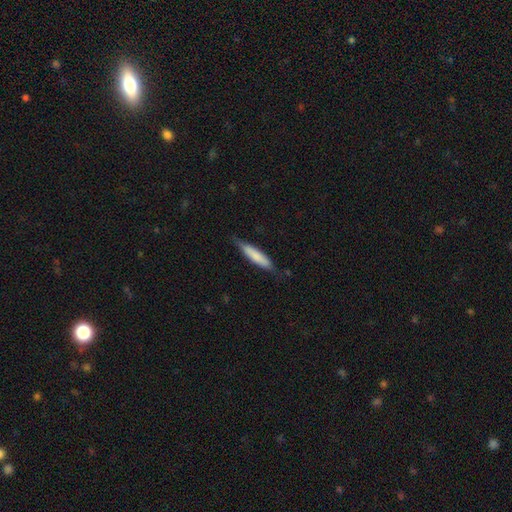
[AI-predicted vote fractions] This appears to be a smooth galaxy with no disk features (76%) that is cigar-shaped (82%). Merging: none (74%).